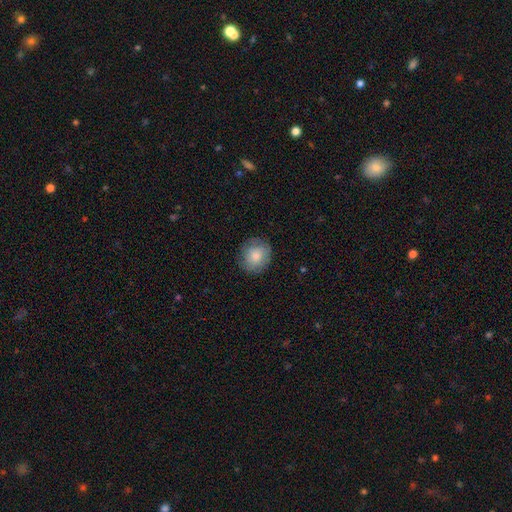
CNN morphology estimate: Overall: smooth (80%). How rounded: round (79%). Merging: none (82%).